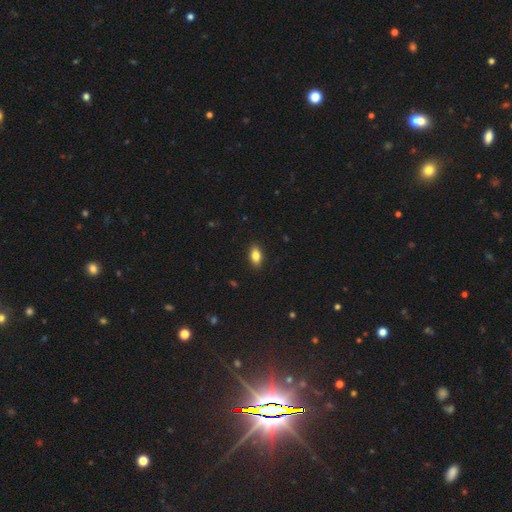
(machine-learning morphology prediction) The model was most divided on "smooth or featured": smooth: 84%, star or artifact: 8%, featured or disk: 8%. More confident: how rounded — in between (89%); merging — none (88%).